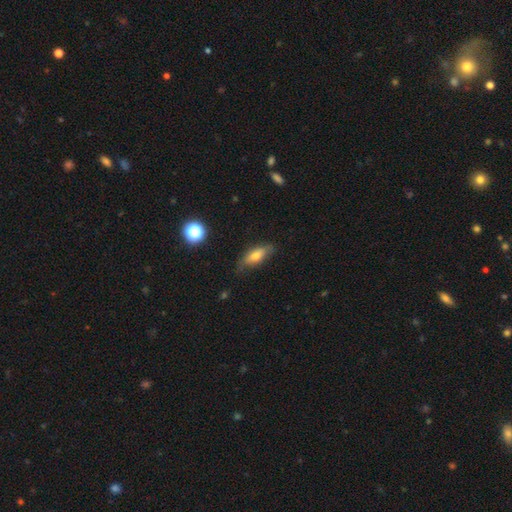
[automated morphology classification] smooth-or-featured: smooth: 66% | featured or disk: 26% | star or artifact: 9%
  how-rounded: in between: 66% | cigar-shaped: 30% | round: 4%
  merging: none: 71% | minor disturbance: 23% | major disturbance: 5% | merger: 2%